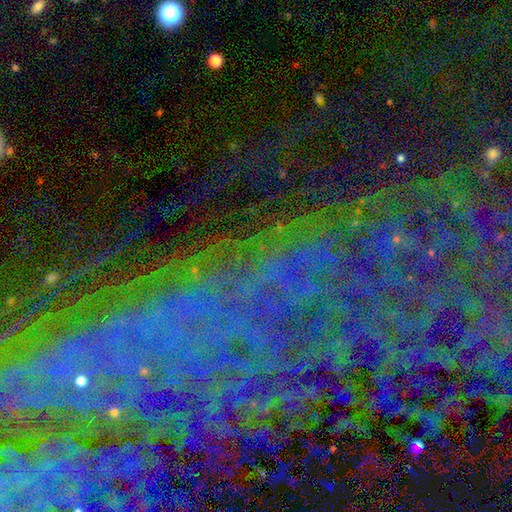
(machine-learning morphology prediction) Q: Smooth or featured?
A: star or artifact (70%); runner-up: featured or disk (18%)